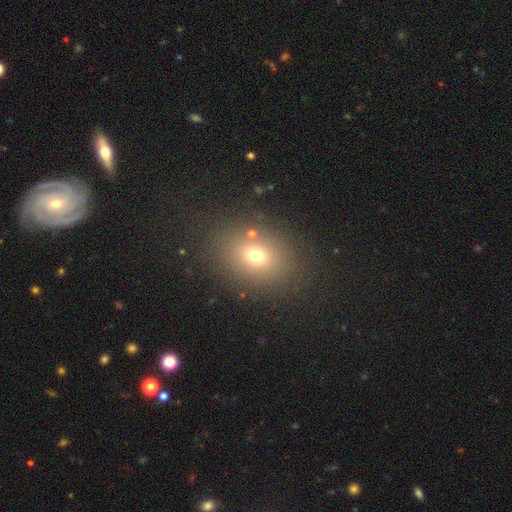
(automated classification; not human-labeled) Smooth or featured: smooth — 68% (star or artifact — 19%)
How rounded: in between — 53% (round — 46%)
Merging: none — 82% (minor disturbance — 9%)